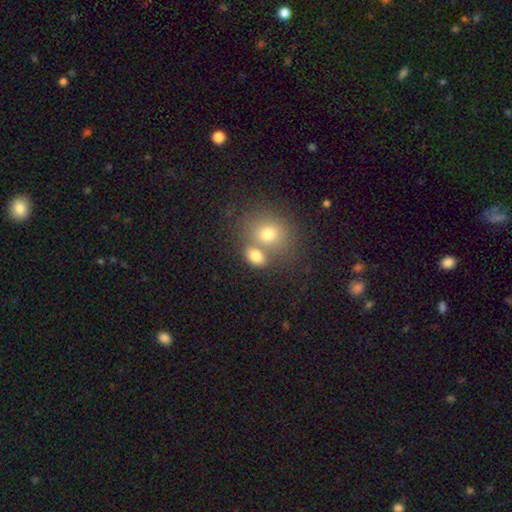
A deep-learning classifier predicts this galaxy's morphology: smooth-or-featured: smooth: 76% | featured or disk: 13% | star or artifact: 11%
  how-rounded: in between: 67% | round: 31% | cigar-shaped: 2%
  merging: merger: 46% | none: 39% | minor disturbance: 10% | major disturbance: 5%